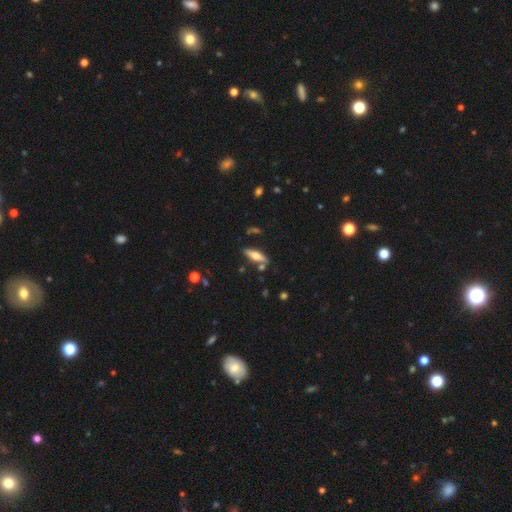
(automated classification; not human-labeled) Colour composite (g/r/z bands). It shows a smooth galaxy with no disk features (50%). Merging: none (78%).